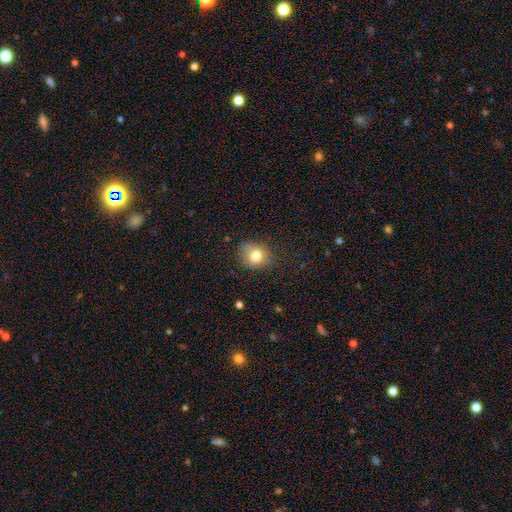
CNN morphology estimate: The model was most divided on "how rounded": round: 64%, in between: 35%, cigar-shaped: 1%. More confident: smooth or featured — smooth (78%); merging — none (67%).